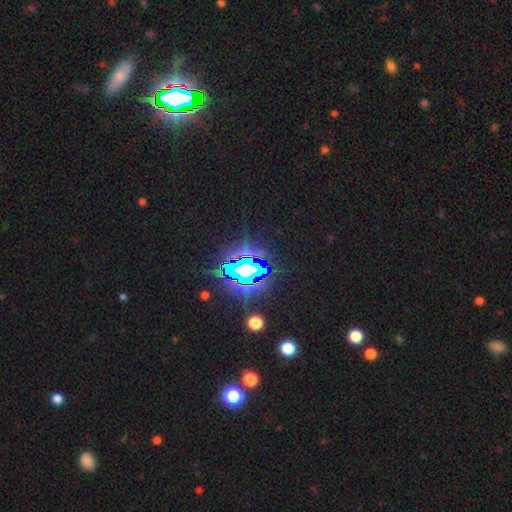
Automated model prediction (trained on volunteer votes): star or artifact 82%, smooth 10%, featured or disk 8%.